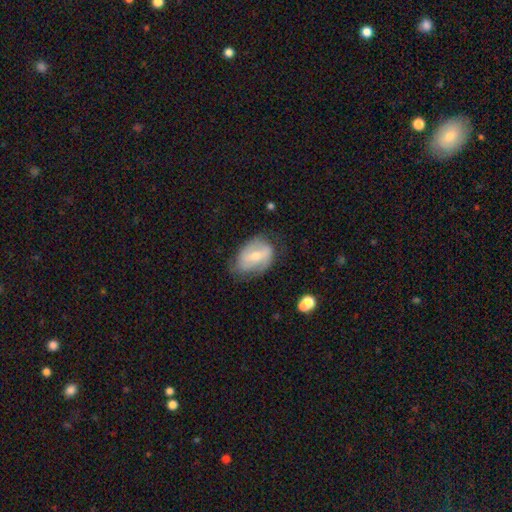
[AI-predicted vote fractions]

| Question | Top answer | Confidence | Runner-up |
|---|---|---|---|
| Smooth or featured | featured or disk | 51% | smooth (42%) |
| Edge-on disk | no | 93% | yes (7%) |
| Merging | none | 57% | minor disturbance (30%) |